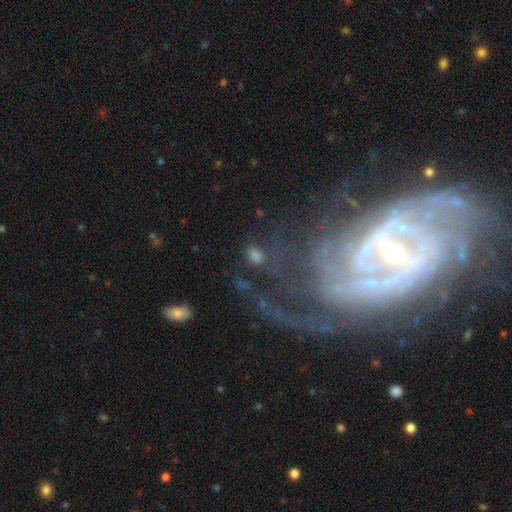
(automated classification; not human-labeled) Morphology: type=smooth (46%); merging=none (67%).